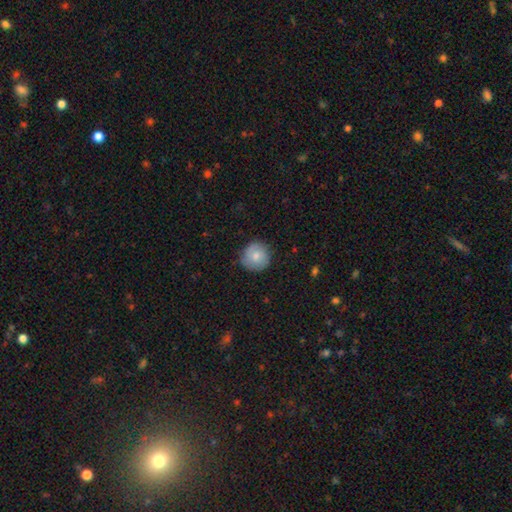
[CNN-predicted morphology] Overall: smooth (70%). How rounded: round (92%). Merging: none (80%).